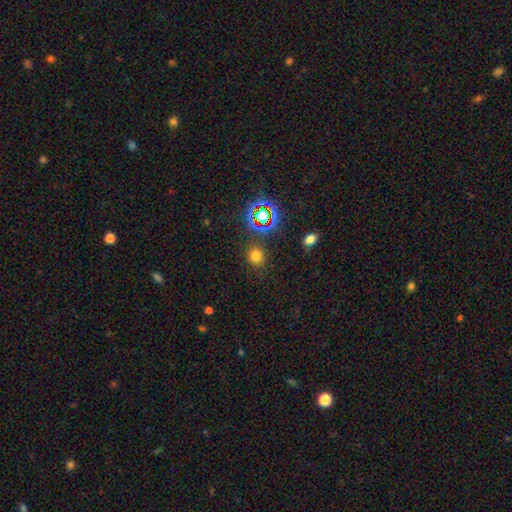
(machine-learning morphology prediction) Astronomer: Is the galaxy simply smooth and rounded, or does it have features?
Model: smooth — 69%.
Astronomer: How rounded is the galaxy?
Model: round — 82%.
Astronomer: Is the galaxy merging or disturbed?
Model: none — 86%.